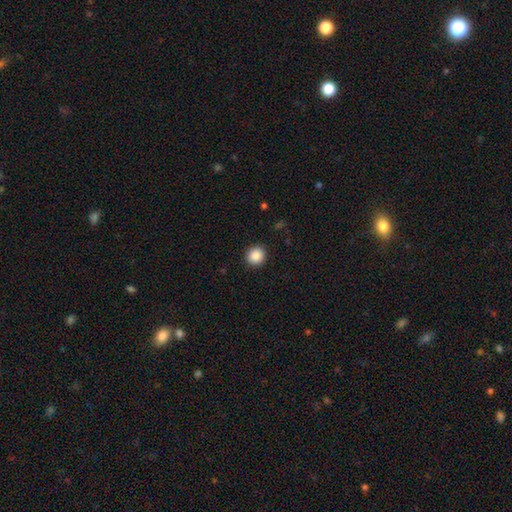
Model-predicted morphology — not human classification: A smooth galaxy with no disk features (88%) that is round (90%).

Vote fractions:
- Smooth or featured? smooth: 88% / star or artifact: 9% / featured or disk: 3%
- How rounded? round: 90% / in between: 9% / cigar-shaped: 1%
- Merging? none: 92% / minor disturbance: 6% / major disturbance: 2% / merger: 1%